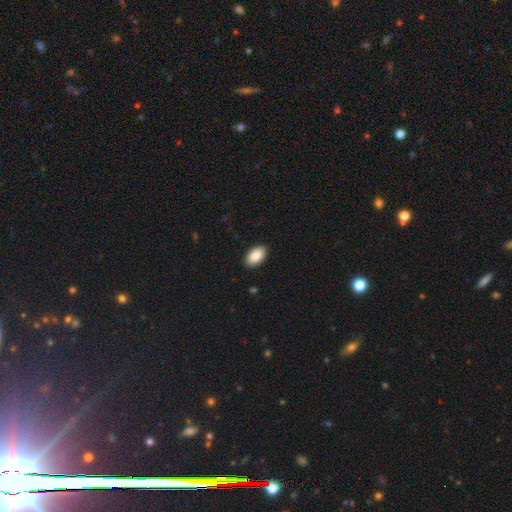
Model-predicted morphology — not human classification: A smooth galaxy with no disk features (89%) that is in between round and cigar-shaped (95%).

Vote fractions:
- Smooth or featured? smooth: 89% / star or artifact: 6% / featured or disk: 5%
- How rounded? in between: 95% / round: 4% / cigar-shaped: 1%
- Merging? none: 90% / minor disturbance: 7% / major disturbance: 2% / merger: 1%